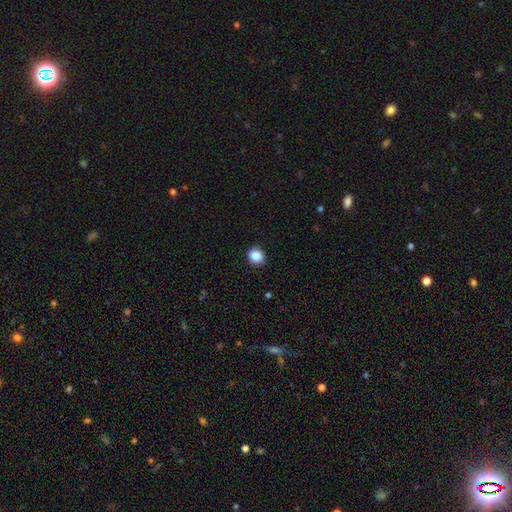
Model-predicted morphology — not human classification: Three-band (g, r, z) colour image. It shows a smooth galaxy with no disk features (88%) that is round (67%). Merging: none (90%).